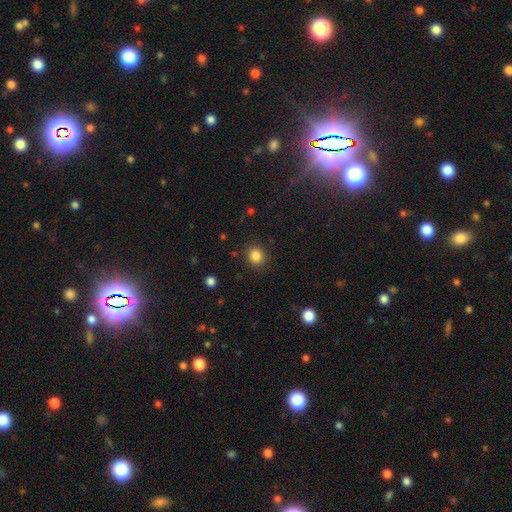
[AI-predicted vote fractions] Smooth or featured?
  - smooth: 85% *
  - star or artifact: 11%
  - featured or disk: 4%
How rounded?
  - round: 81% *
  - in between: 18%
  - cigar-shaped: 1%
Merging?
  - none: 89% *
  - minor disturbance: 7%
  - major disturbance: 3%
  - merger: 1%